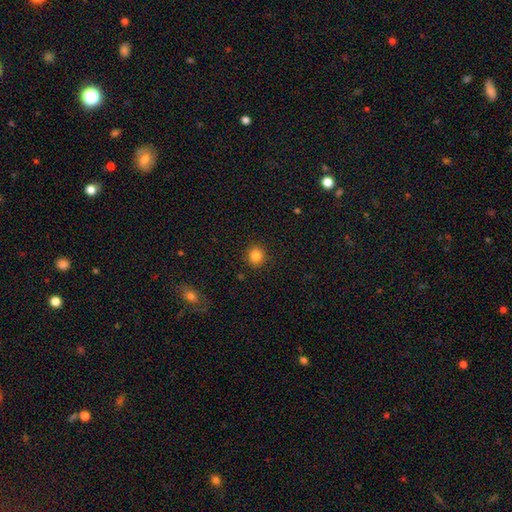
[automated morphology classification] type=smooth (84%); roundness=round (88%); merging=none (90%).